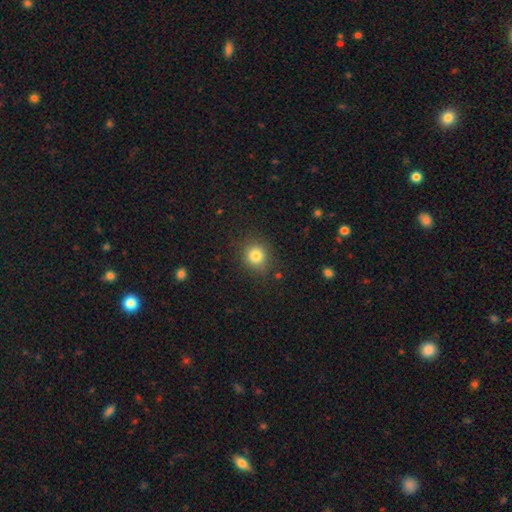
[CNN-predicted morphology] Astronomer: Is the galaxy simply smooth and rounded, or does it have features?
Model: smooth — 82%.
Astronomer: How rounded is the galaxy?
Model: round — 84%.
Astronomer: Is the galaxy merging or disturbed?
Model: none — 85%.